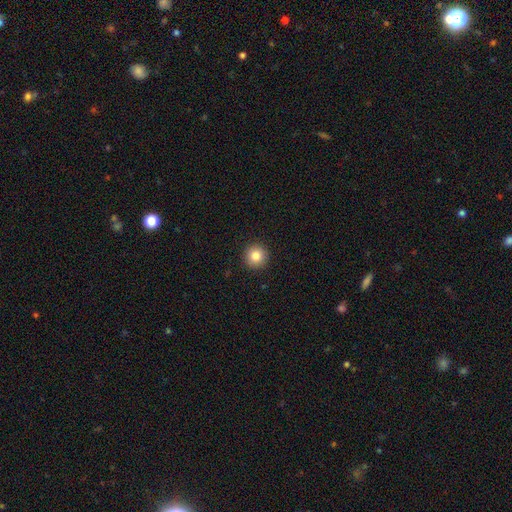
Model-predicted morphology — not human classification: The model was most divided on "smooth or featured": smooth: 83%, star or artifact: 10%, featured or disk: 7%. More confident: how rounded — round (96%); merging — none (93%).